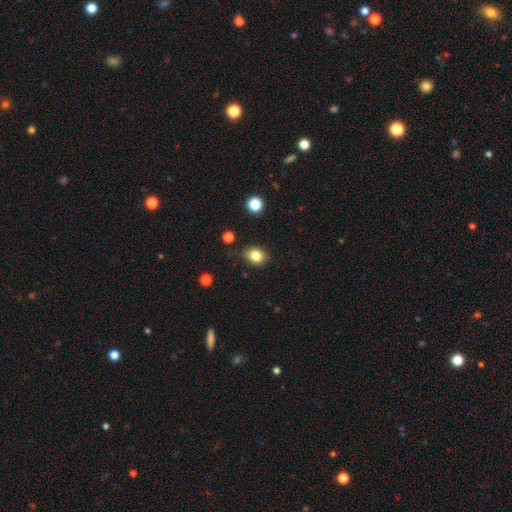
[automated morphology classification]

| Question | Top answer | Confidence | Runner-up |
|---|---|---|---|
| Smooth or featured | smooth | 82% | star or artifact (11%) |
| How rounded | round | 63% | in between (36%) |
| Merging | none | 82% | minor disturbance (13%) |